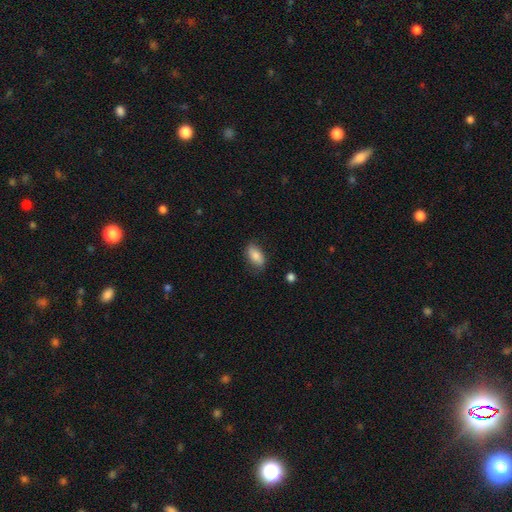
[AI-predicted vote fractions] Smooth or featured?
  - smooth: 81% *
  - featured or disk: 12%
  - star or artifact: 7%
How rounded?
  - in between: 91% *
  - round: 4%
  - cigar-shaped: 4%
Merging?
  - none: 71% *
  - minor disturbance: 22%
  - major disturbance: 6%
  - merger: 1%